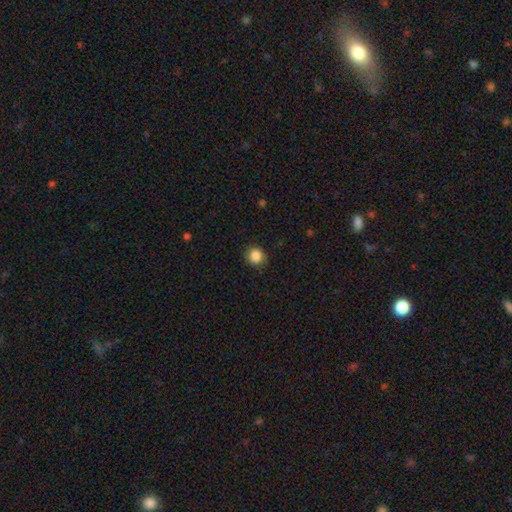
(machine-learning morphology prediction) smooth 86%, star or artifact 10%, featured or disk 4%. Down the decision tree: how rounded — round (89%); merging — none (87%).